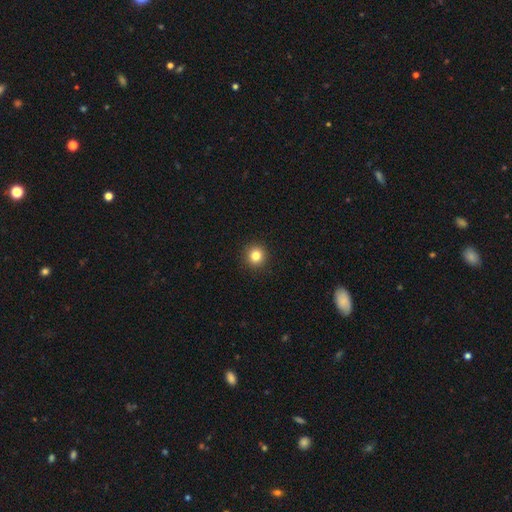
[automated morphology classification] A smooth galaxy with no disk features (82%) that is round (94%). Merging: none (93%).